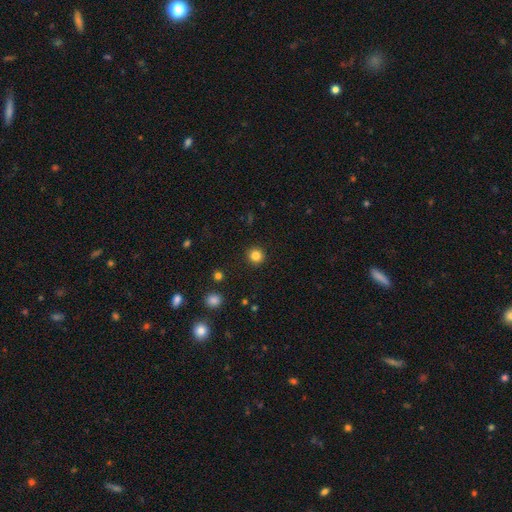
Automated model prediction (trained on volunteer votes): Q: Smooth or featured?
A: smooth (83%); runner-up: star or artifact (12%)
Q: How rounded?
A: round (95%); runner-up: in between (4%)
Q: Merging?
A: none (93%); runner-up: minor disturbance (4%)